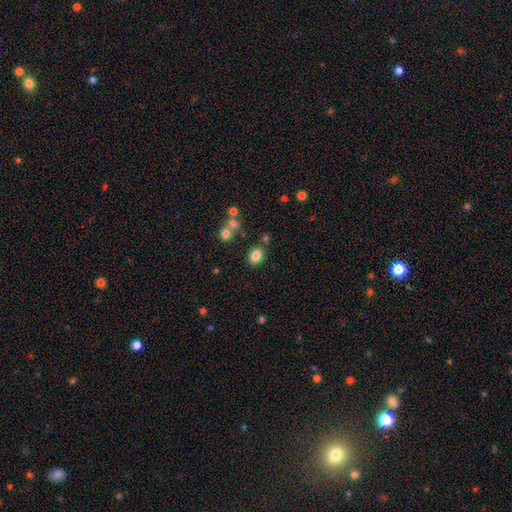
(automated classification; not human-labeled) smooth-or-featured: smooth: 84% | star or artifact: 10% | featured or disk: 6%
  how-rounded: in between: 67% | round: 32% | cigar-shaped: 1%
  merging: none: 79% | minor disturbance: 11% | merger: 7% | major disturbance: 4%